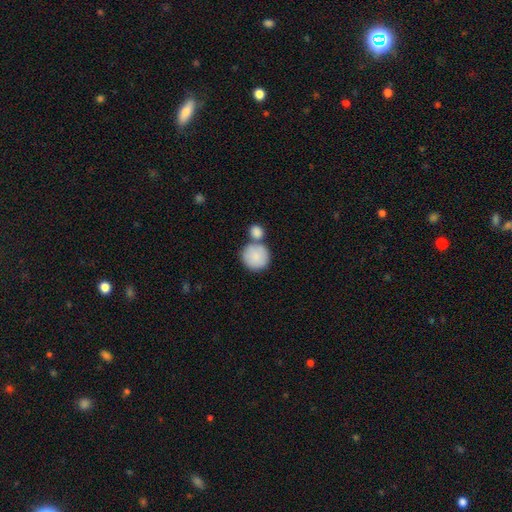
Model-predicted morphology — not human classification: smooth-or-featured: smooth: 87% | featured or disk: 7% | star or artifact: 6%
  how-rounded: round: 90% | in between: 9% | cigar-shaped: 1%
  merging: none: 51% | merger: 35% | minor disturbance: 10% | major disturbance: 4%